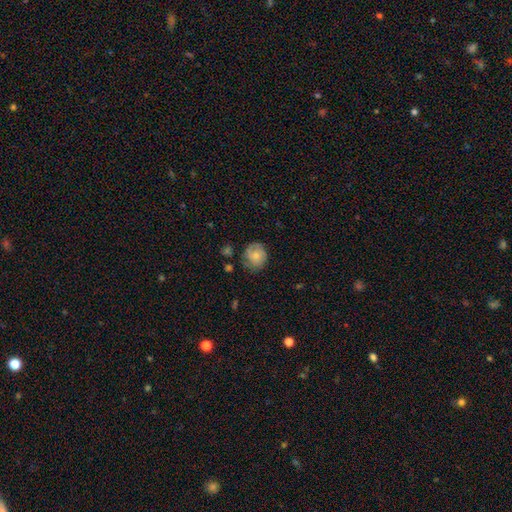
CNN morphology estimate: Q: Smooth or featured?
A: smooth (51%); runner-up: featured or disk (42%)
Q: How rounded?
A: round (75%); runner-up: in between (24%)
Q: Merging?
A: none (67%); runner-up: minor disturbance (23%)